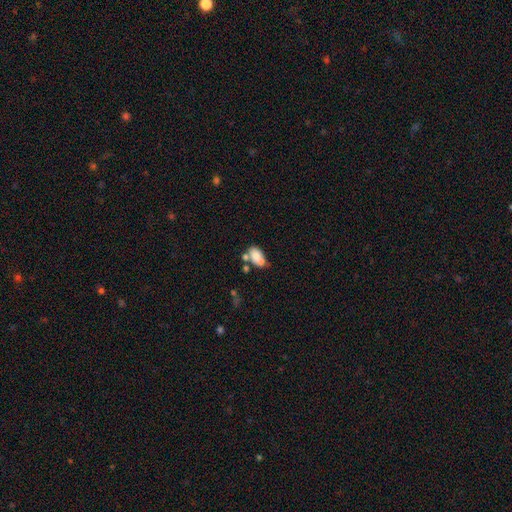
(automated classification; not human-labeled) This appears to be a smooth galaxy with no disk features (72%) that is in between round and cigar-shaped (88%). Merging: merger (40%).